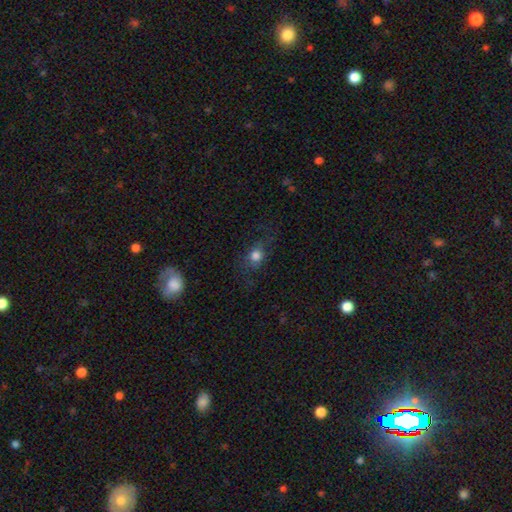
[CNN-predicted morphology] A smooth galaxy with no disk features (67%) that is round (59%). Merging: none (65%).